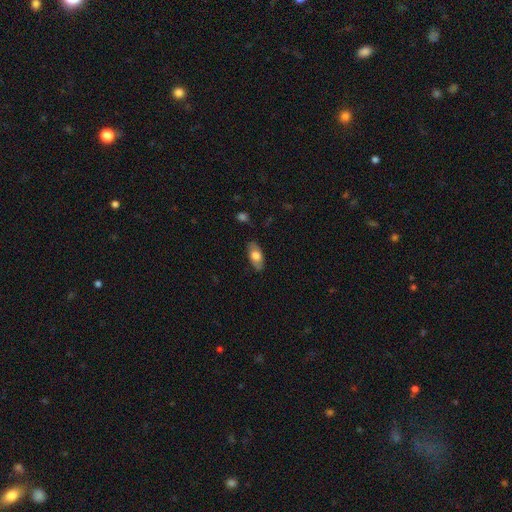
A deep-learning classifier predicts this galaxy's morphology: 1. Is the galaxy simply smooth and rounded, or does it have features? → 71% smooth, 23% featured or disk, 6% star or artifact.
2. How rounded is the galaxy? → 91% in between, 6% cigar-shaped, 4% round.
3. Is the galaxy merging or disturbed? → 82% none, 14% minor disturbance, 3% major disturbance, 1% merger.